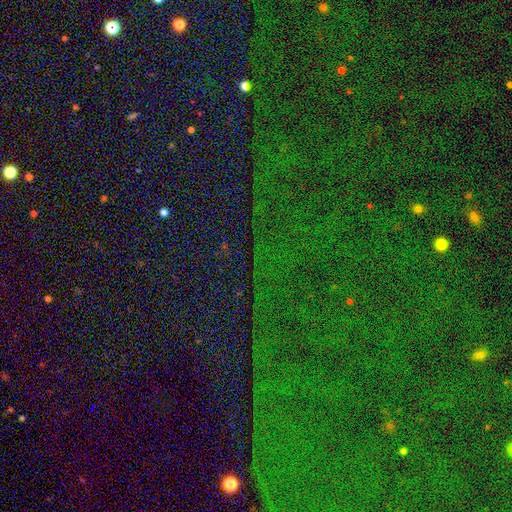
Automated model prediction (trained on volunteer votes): smooth_or_featured: star or artifact (p=0.86) [alt: smooth p=0.07]